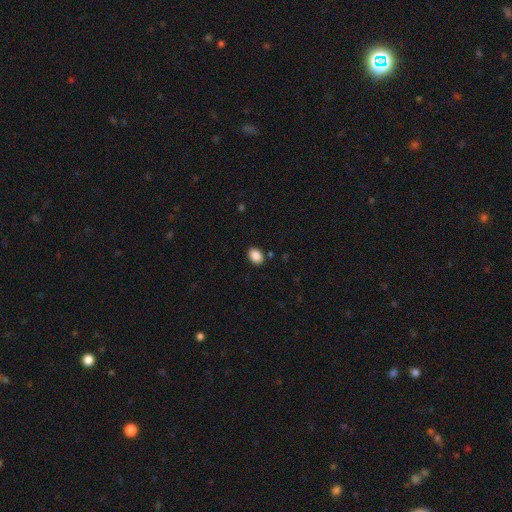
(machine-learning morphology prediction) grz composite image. It shows a smooth galaxy with no disk features (89%) that is in between round and cigar-shaped (75%). Merging: none (87%).